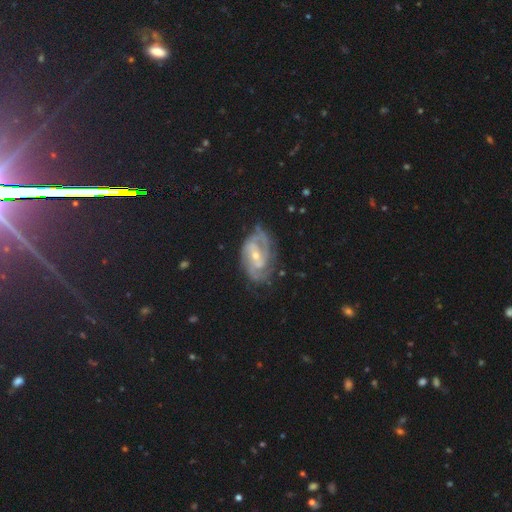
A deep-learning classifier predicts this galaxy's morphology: This appears to be a featured or disk galaxy (87%) with no bar (44%), 2 (44%) tight (51%) spiral arms (96%) and a small central bulge (56%). Merging: none (67%).